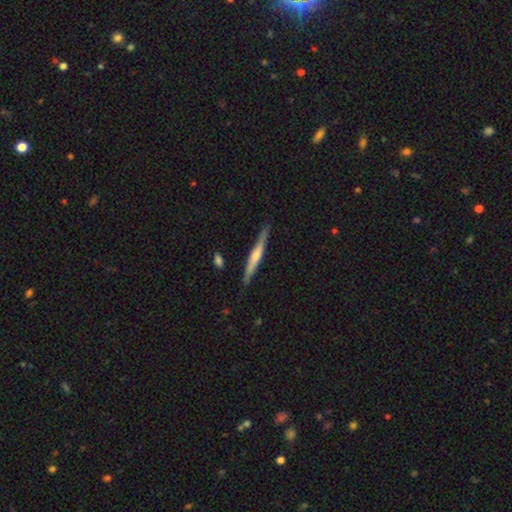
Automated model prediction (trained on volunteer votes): Smooth or featured? featured or disk (53%)
Edge-on disk? yes (97%)
Edge-on bulge? rounded (47%)
Merging? none (86%)